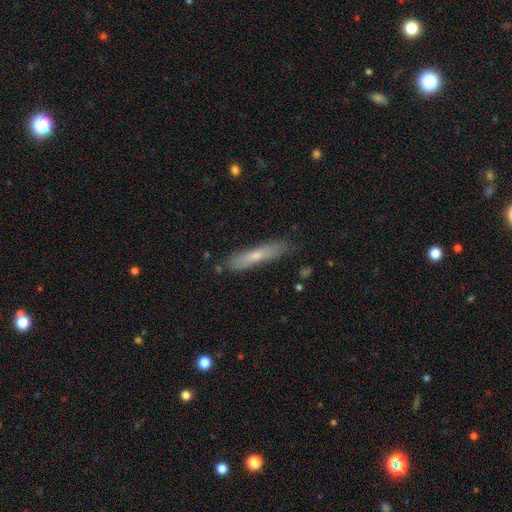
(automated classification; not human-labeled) Morphology: type=smooth (61%); roundness=cigar-shaped (90%); merging=none (79%).